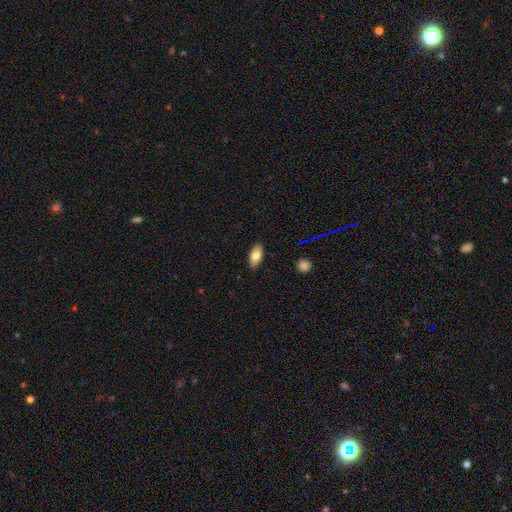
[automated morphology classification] A smooth galaxy with no disk features (79%) that is in between round and cigar-shaped (90%). Merging: none (87%).